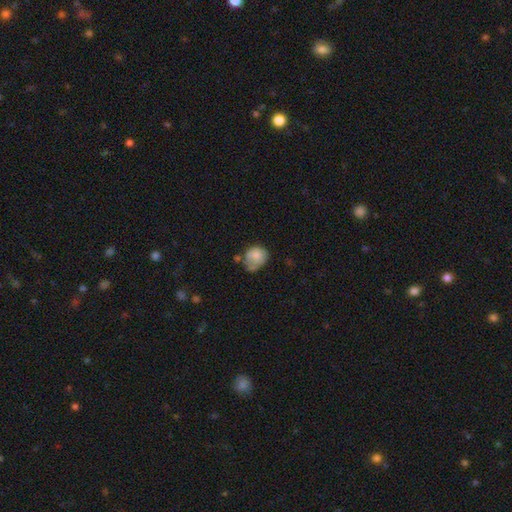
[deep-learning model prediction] Overall: smooth (71%). How rounded: round (61%; in between 38%). Merging: none (37%; minor disturbance 35%).